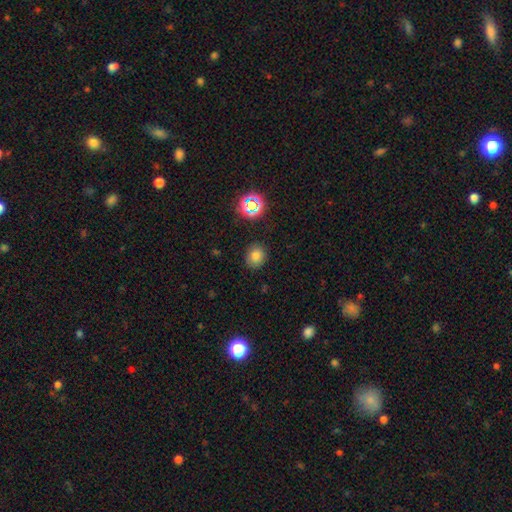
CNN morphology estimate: smooth-or-featured: smooth: 77% | star or artifact: 16% | featured or disk: 6%
  how-rounded: round: 74% | in between: 25% | cigar-shaped: 1%
  merging: none: 87% | minor disturbance: 9% | major disturbance: 3% | merger: 2%